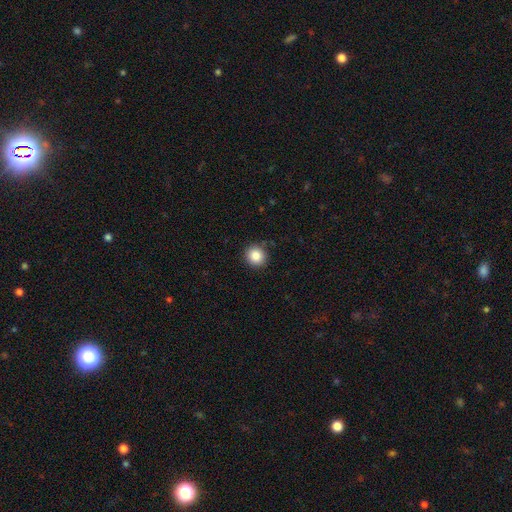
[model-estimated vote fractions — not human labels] smooth_or_featured: smooth (p=0.86) [alt: star or artifact p=0.10]
how_rounded: round (p=0.90) [alt: in between p=0.09]
merging: none (p=0.89) [alt: minor disturbance p=0.08]